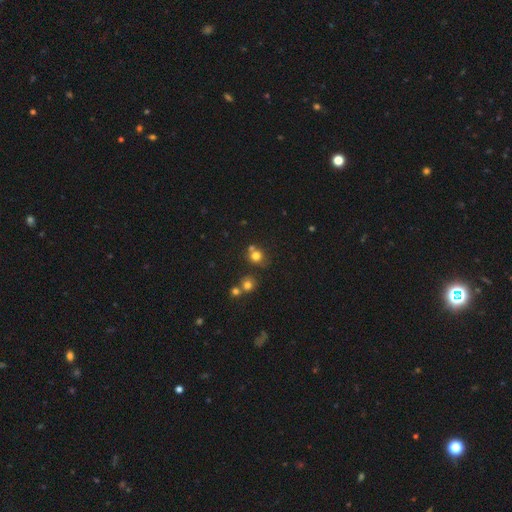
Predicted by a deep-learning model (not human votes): Smooth or featured?
  - smooth: 74% *
  - star or artifact: 17%
  - featured or disk: 9%
How rounded?
  - round: 85% *
  - in between: 14%
  - cigar-shaped: 1%
Merging?
  - none: 60% *
  - merger: 25%
  - minor disturbance: 10%
  - major disturbance: 5%